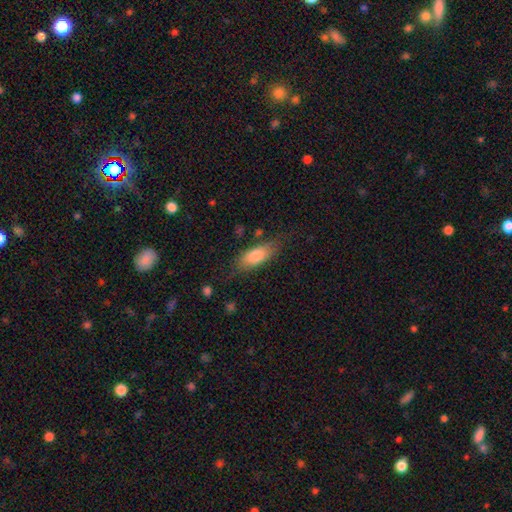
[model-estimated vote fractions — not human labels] Smooth or featured?
  - smooth: 76% *
  - featured or disk: 17%
  - star or artifact: 6%
How rounded?
  - in between: 76% *
  - cigar-shaped: 21%
  - round: 3%
Merging?
  - none: 70% *
  - minor disturbance: 21%
  - major disturbance: 7%
  - merger: 2%